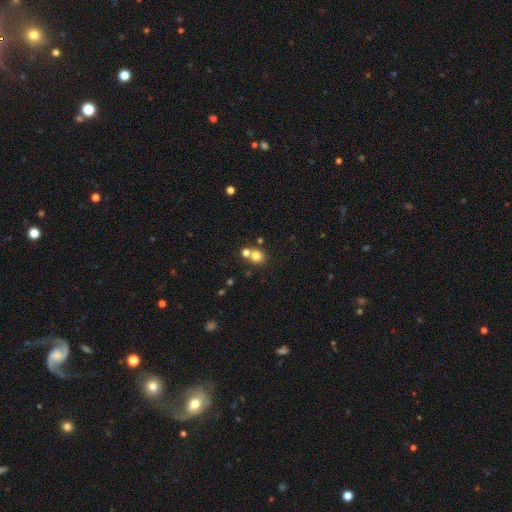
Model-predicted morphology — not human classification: smooth 77%, star or artifact 14%, featured or disk 9%. Down the decision tree: how rounded — round (80%); merging — none (56%).